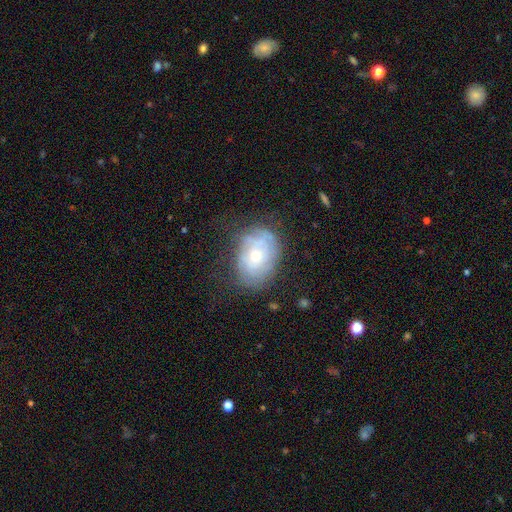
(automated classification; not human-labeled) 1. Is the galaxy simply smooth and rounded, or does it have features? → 53% featured or disk, 39% smooth, 8% star or artifact.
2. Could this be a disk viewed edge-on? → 95% no, 5% yes.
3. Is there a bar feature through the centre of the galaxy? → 84% no, 14% weak, 3% strong.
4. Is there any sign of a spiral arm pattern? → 54% yes, 46% no.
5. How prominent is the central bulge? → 55% moderate, 39% small, 3% large, 1% none, 1% dominant.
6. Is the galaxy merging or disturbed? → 62% none, 24% minor disturbance, 12% major disturbance, 2% merger.